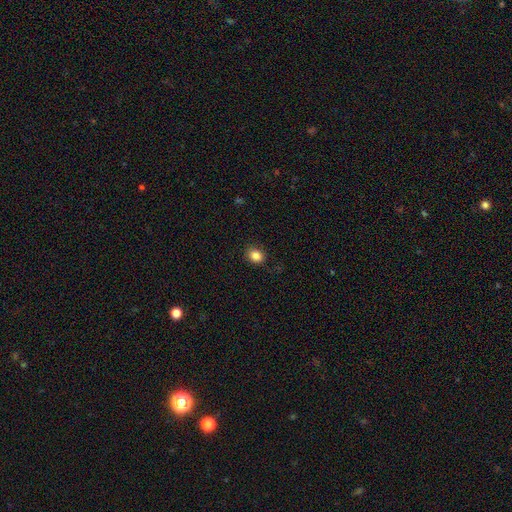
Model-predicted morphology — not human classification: Q: Smooth or featured?
A: smooth (85%); runner-up: star or artifact (10%)
Q: How rounded?
A: round (61%); runner-up: in between (38%)
Q: Merging?
A: none (88%); runner-up: minor disturbance (9%)